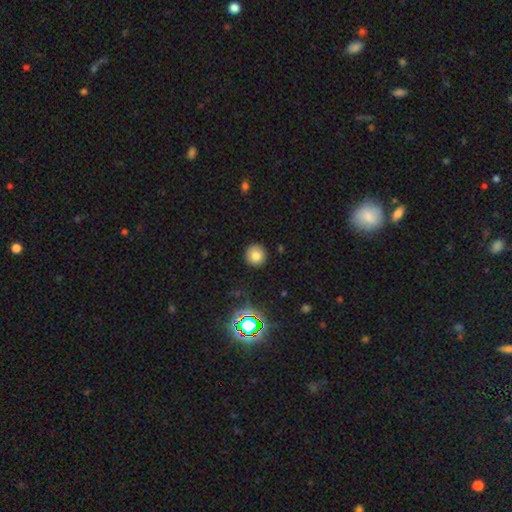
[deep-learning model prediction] Overall: smooth (77%). How rounded: round (94%). Merging: none (90%).